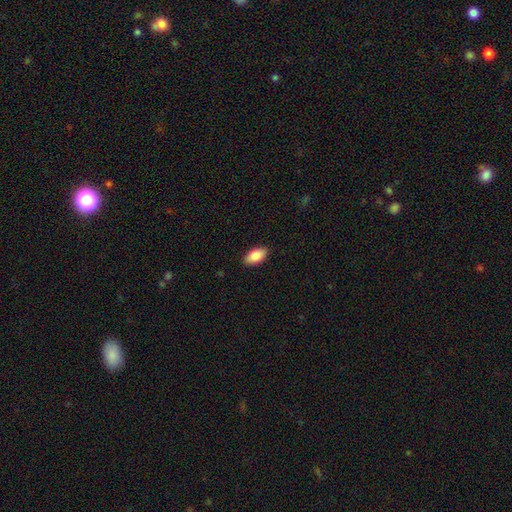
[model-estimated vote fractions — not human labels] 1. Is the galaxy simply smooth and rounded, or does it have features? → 85% smooth, 8% featured or disk, 7% star or artifact.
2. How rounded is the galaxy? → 93% in between, 4% cigar-shaped, 3% round.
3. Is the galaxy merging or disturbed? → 90% none, 8% minor disturbance, 2% major disturbance, 1% merger.